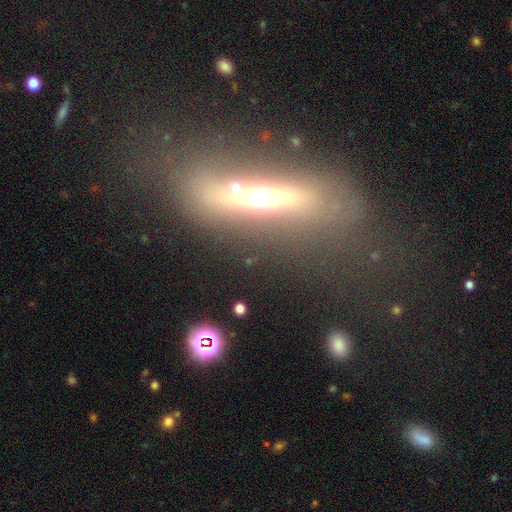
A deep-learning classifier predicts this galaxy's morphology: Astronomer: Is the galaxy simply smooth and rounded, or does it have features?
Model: featured or disk — 60%.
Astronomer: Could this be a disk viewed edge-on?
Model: yes — 62% (runner-up: no, 38%).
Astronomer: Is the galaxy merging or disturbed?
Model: none — 49%.